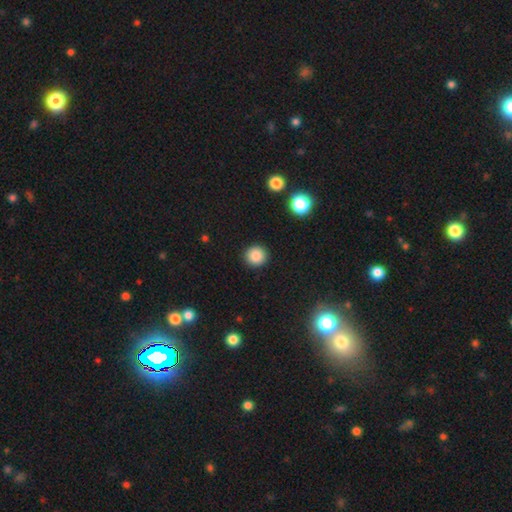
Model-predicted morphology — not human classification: Smooth or featured?
  - smooth: 85% *
  - star or artifact: 10%
  - featured or disk: 5%
How rounded?
  - round: 94% *
  - in between: 5%
  - cigar-shaped: 1%
Merging?
  - none: 92% *
  - minor disturbance: 5%
  - major disturbance: 2%
  - merger: 1%